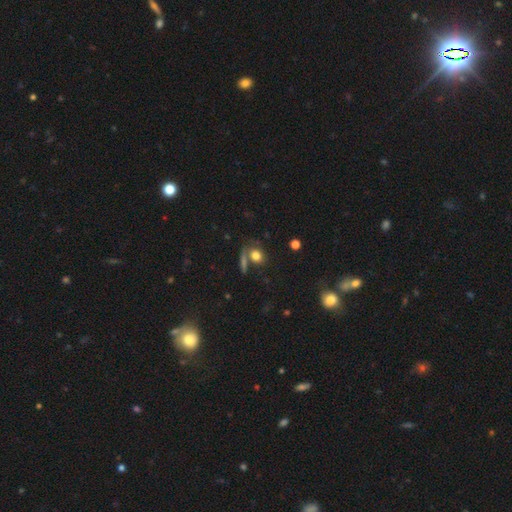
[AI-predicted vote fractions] This appears to be a smooth galaxy with no disk features (78%) that is round (54%). Merging: none (60%).